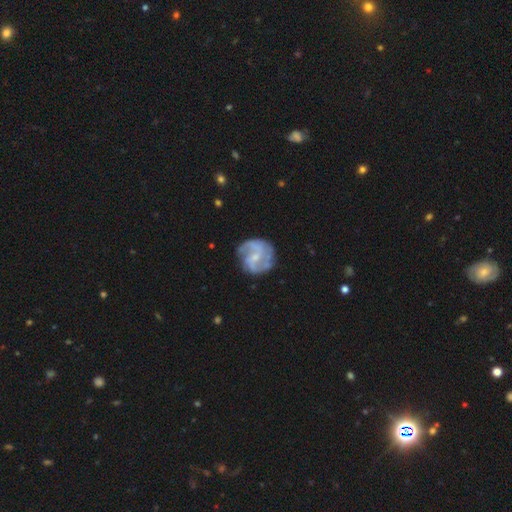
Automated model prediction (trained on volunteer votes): Smooth or featured? Predicted: featured or disk (p=0.81). Edge-on disk? Predicted: no (p=0.98). Bar? Predicted: weak (p=0.51). Spiral arms? Predicted: yes (p=0.92). Spiral winding? Predicted: medium (p=0.49). Spiral arm count? Predicted: 2 (p=0.58). Bulge size? Predicted: small (p=0.57). Merging? Predicted: none (p=0.71).